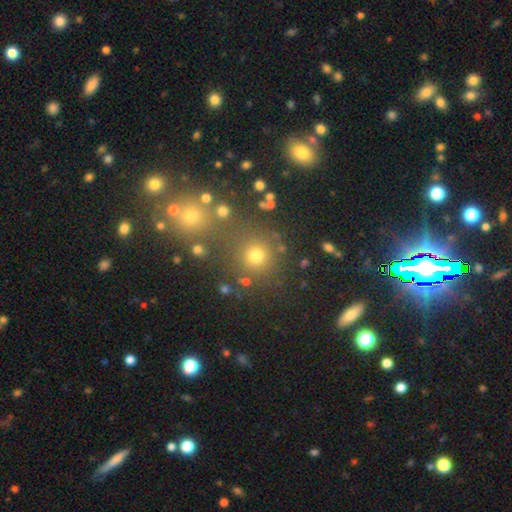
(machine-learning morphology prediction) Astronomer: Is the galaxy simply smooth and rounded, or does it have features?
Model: smooth — 71%.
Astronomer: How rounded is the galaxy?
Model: round — 91%.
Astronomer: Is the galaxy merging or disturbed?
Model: none — 72%.